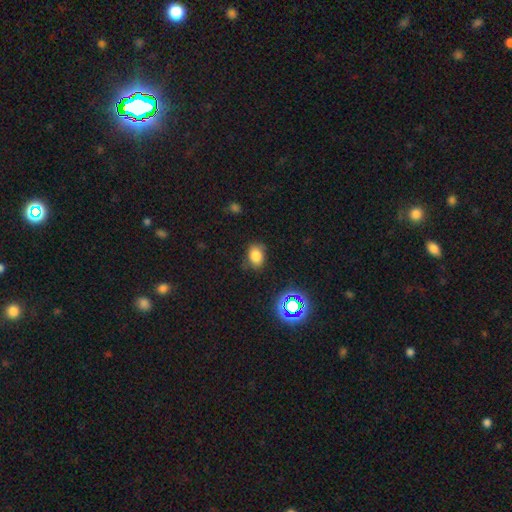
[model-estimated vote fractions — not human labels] A smooth galaxy with no disk features (78%) that is in between round and cigar-shaped (67%). Merging: none (75%).